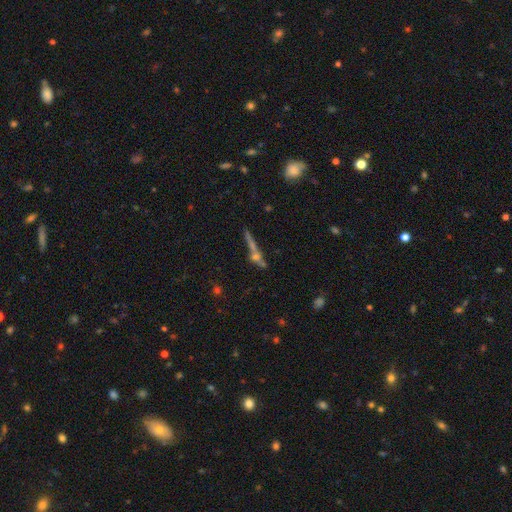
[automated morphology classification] smooth_or_featured: featured or disk (p=0.52) [alt: smooth p=0.29]
disk_edge_on: yes (p=0.80) [alt: no p=0.20]
merging: none (p=0.58) [alt: merger p=0.20]